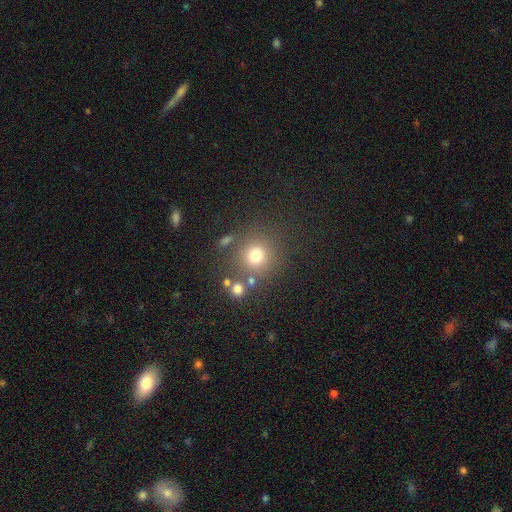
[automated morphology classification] Q: Smooth or featured?
A: smooth (74%); runner-up: star or artifact (17%)
Q: How rounded?
A: round (90%); runner-up: in between (9%)
Q: Merging?
A: none (75%); runner-up: minor disturbance (11%)